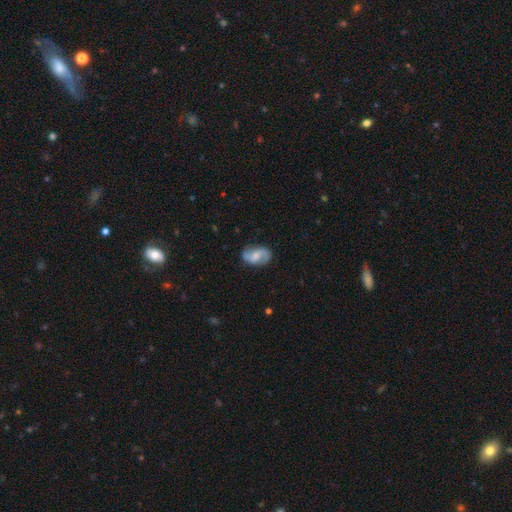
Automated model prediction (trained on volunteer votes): A featured or disk galaxy (71%) with a weak bar (47%), 2 (90%) loose (50%) spiral arms (93%) and a moderate central bulge (39%). Merging: none (76%).